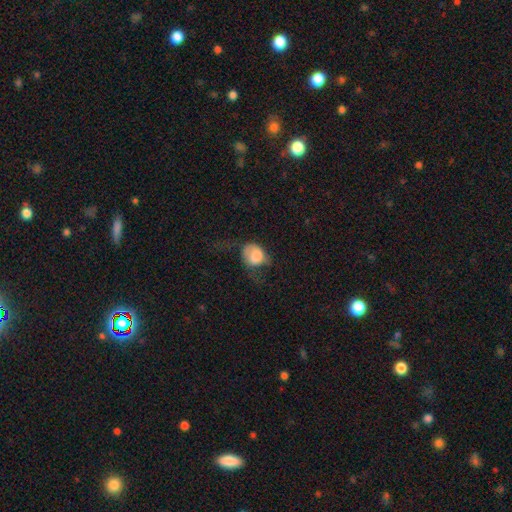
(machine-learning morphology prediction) Smooth or featured?
  - smooth: 75% *
  - featured or disk: 17%
  - star or artifact: 9%
How rounded?
  - in between: 50% *
  - round: 49%
  - cigar-shaped: 1%
Merging?
  - major disturbance: 47% *
  - minor disturbance: 26%
  - none: 23%
  - merger: 3%